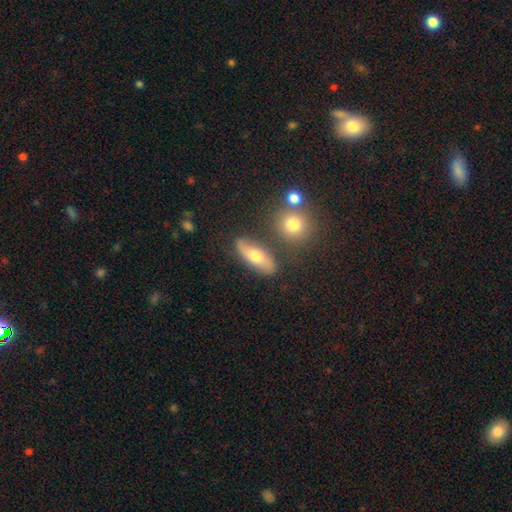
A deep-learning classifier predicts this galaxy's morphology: This appears to be a smooth galaxy with no disk features (56%) that is in between round and cigar-shaped (63%). Merging: none (75%).